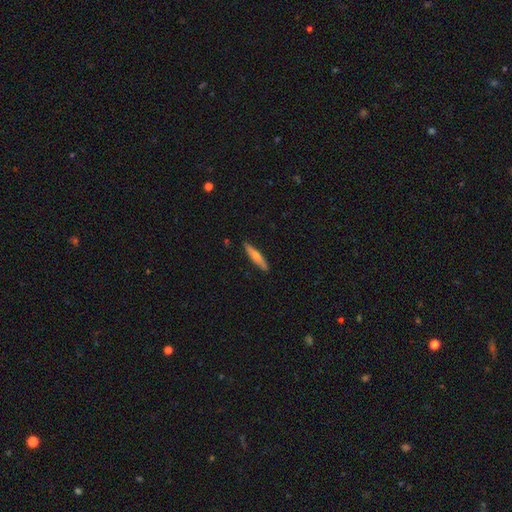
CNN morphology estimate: smooth_or_featured: featured or disk (p=0.48) [alt: smooth p=0.46]
merging: none (p=0.90) [alt: minor disturbance p=0.08]